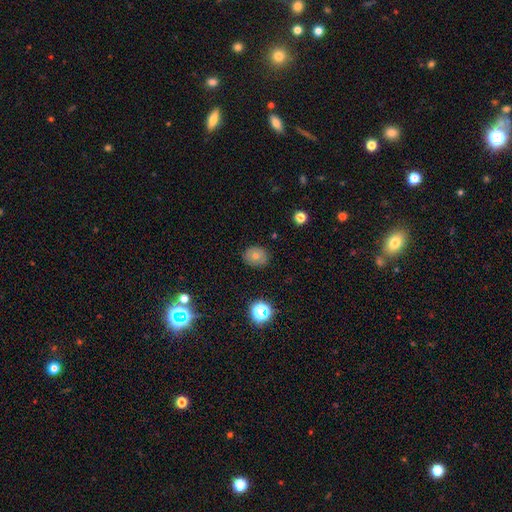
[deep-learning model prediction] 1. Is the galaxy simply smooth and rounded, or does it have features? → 68% smooth, 18% featured or disk, 14% star or artifact.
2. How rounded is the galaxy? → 67% round, 32% in between, 1% cigar-shaped.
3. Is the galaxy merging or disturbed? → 84% none, 12% minor disturbance, 3% major disturbance, 1% merger.